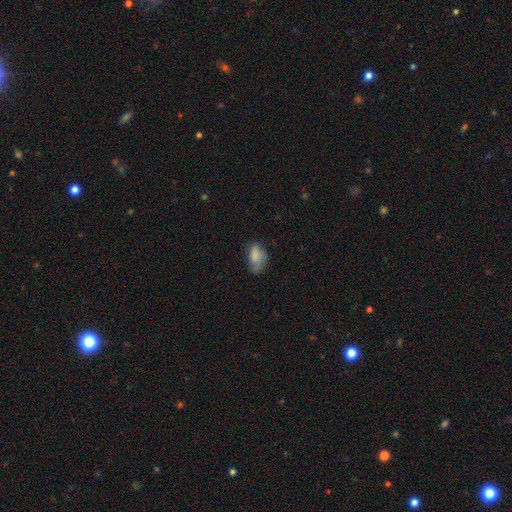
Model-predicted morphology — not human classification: Q: Smooth or featured?
A: smooth (74%); runner-up: featured or disk (18%)
Q: How rounded?
A: in between (91%); runner-up: round (6%)
Q: Merging?
A: none (44%); runner-up: minor disturbance (36%)